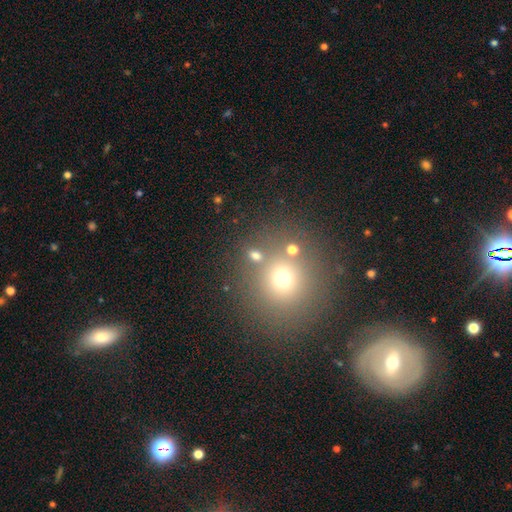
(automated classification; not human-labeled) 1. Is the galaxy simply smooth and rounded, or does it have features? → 67% smooth, 24% star or artifact, 9% featured or disk.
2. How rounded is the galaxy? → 71% round, 27% in between, 2% cigar-shaped.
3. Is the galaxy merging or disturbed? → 71% none, 15% merger, 9% minor disturbance, 5% major disturbance.